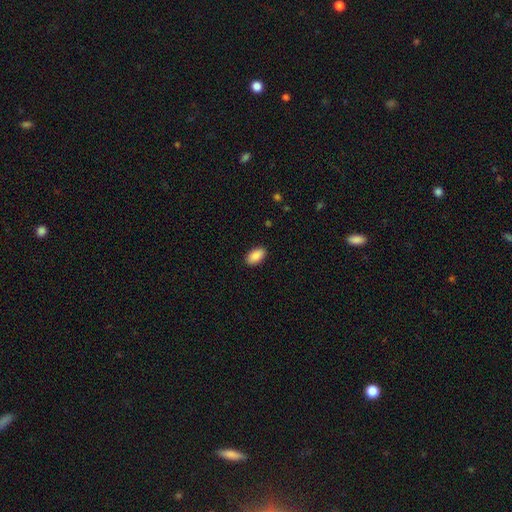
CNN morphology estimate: smooth_or_featured: smooth (p=0.90) [alt: star or artifact p=0.07]
how_rounded: in between (p=0.94) [alt: round p=0.04]
merging: none (p=0.90) [alt: minor disturbance p=0.07]